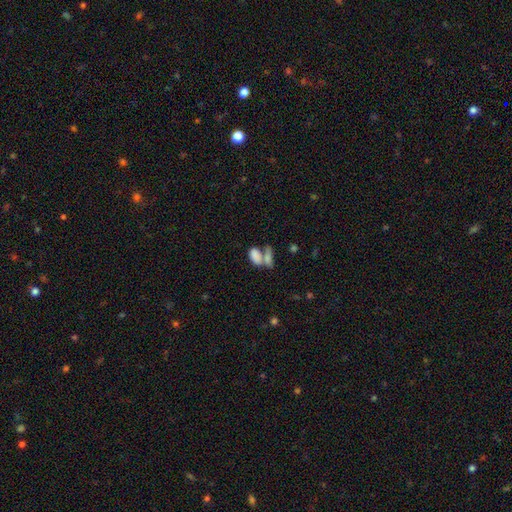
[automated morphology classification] Smooth or featured?
  - smooth: 79% *
  - featured or disk: 12%
  - star or artifact: 9%
How rounded?
  - in between: 88% *
  - round: 7%
  - cigar-shaped: 5%
Merging?
  - merger: 57% *
  - none: 27%
  - minor disturbance: 9%
  - major disturbance: 7%